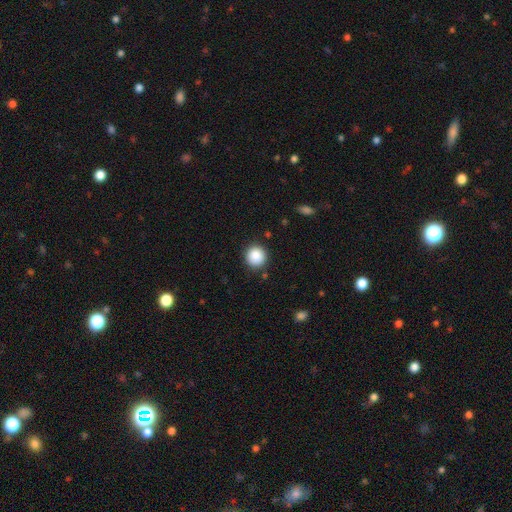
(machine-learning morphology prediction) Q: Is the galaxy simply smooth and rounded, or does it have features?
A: smooth — 88%.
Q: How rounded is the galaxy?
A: round — 94%.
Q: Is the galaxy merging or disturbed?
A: none — 88%.